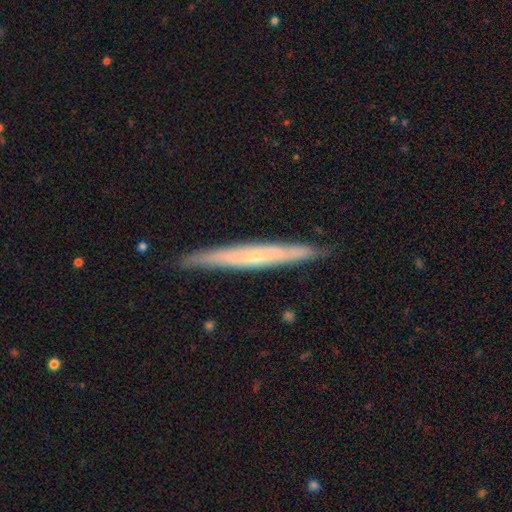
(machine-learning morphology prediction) Q: Smooth or featured?
A: featured or disk (64%); runner-up: smooth (30%)
Q: Edge-on disk?
A: yes (91%); runner-up: no (9%)
Q: Edge-on bulge?
A: none (52%); runner-up: rounded (45%)
Q: Merging?
A: none (88%); runner-up: minor disturbance (9%)